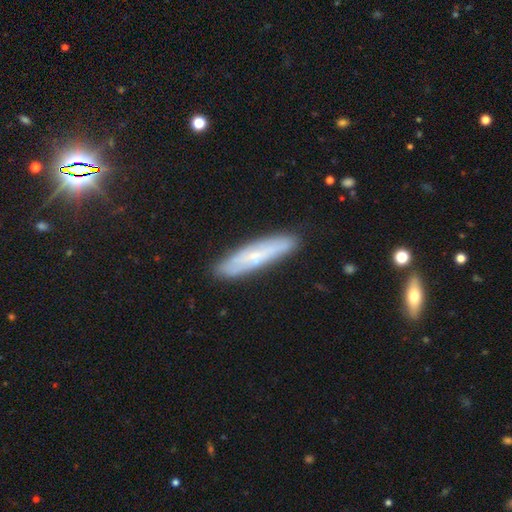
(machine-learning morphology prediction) Smooth or featured? Predicted: smooth (p=0.52). How rounded? Predicted: cigar-shaped (p=0.83). Merging? Predicted: none (p=0.86).